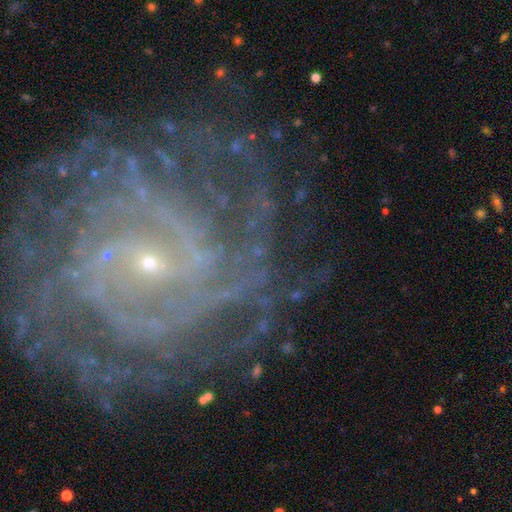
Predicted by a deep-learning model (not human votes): This appears to be a featured or disk galaxy (89%) with no bar (44%), tight (66%) spiral arms (97%) and a small central bulge (89%). Merging: none (74%).